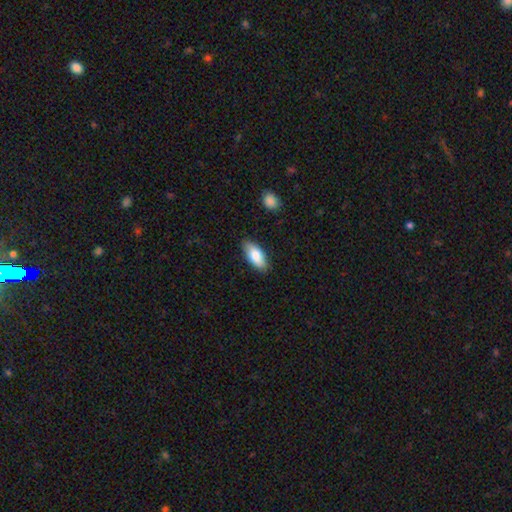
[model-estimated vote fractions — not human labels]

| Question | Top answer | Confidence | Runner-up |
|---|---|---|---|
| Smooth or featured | smooth | 83% | featured or disk (11%) |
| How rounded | in between | 86% | cigar-shaped (12%) |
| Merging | none | 85% | minor disturbance (11%) |